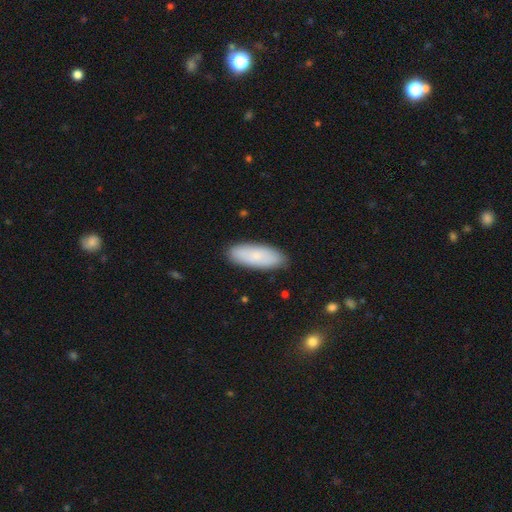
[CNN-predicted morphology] smooth-or-featured: smooth: 77% | featured or disk: 16% | star or artifact: 6%
  how-rounded: in between: 72% | cigar-shaped: 26% | round: 2%
  merging: none: 88% | minor disturbance: 9% | major disturbance: 2% | merger: 1%